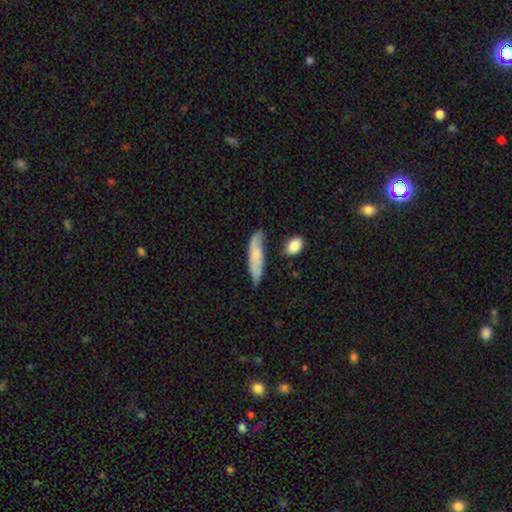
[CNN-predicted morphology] Smooth or featured? smooth (62%)
How rounded? cigar-shaped (67%)
Merging? none (58%)